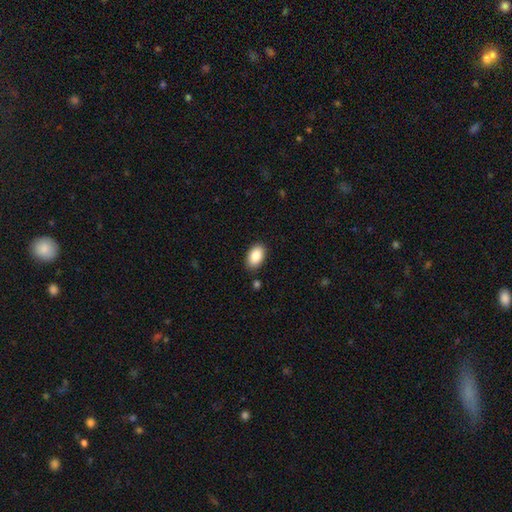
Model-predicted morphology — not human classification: Overall: smooth (88%). How rounded: in between (92%). Merging: none (86%).